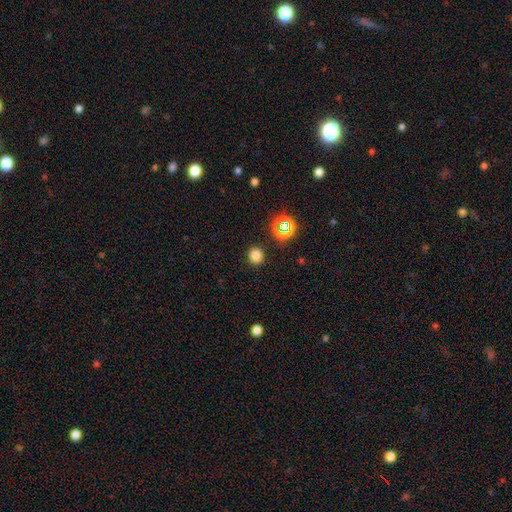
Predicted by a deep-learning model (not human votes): Overall: smooth (78%). How rounded: round (86%). Merging: none (90%).